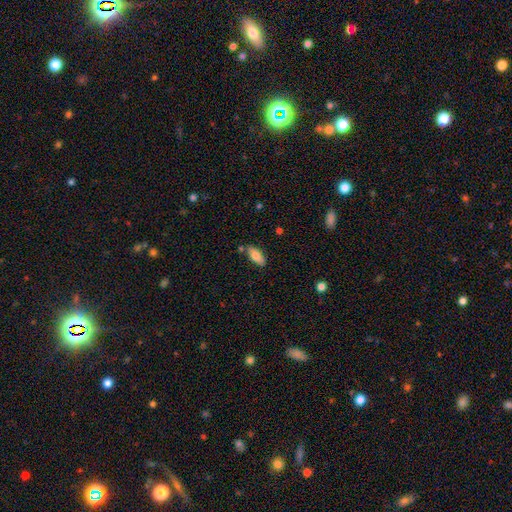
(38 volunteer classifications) smooth_or_featured: smooth (p=0.76) [alt: featured or disk p=0.16]
how_rounded: in between (p=0.79) [alt: cigar-shaped p=0.17]
merging: none (p=0.60) [alt: minor disturbance p=0.23]